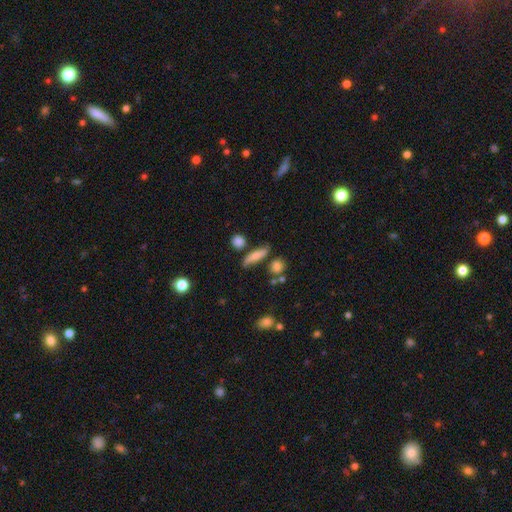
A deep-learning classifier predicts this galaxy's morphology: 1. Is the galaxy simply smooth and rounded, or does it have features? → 64% smooth, 26% featured or disk, 10% star or artifact.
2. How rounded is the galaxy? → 63% cigar-shaped, 29% in between, 7% round.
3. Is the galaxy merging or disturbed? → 65% none, 21% minor disturbance, 7% merger, 6% major disturbance.